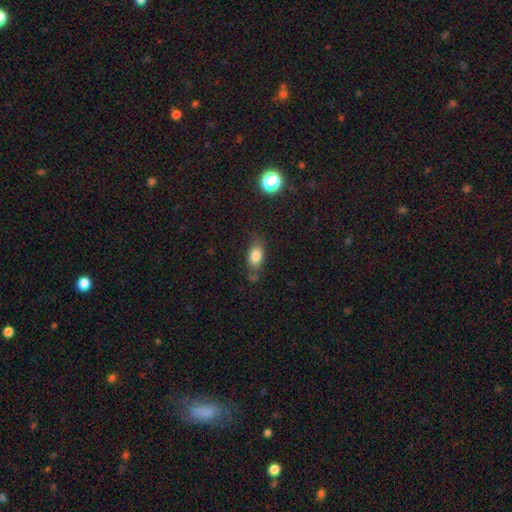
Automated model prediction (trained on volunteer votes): Morphology: type=smooth (79%); roundness=in between (83%); merging=none (65%).